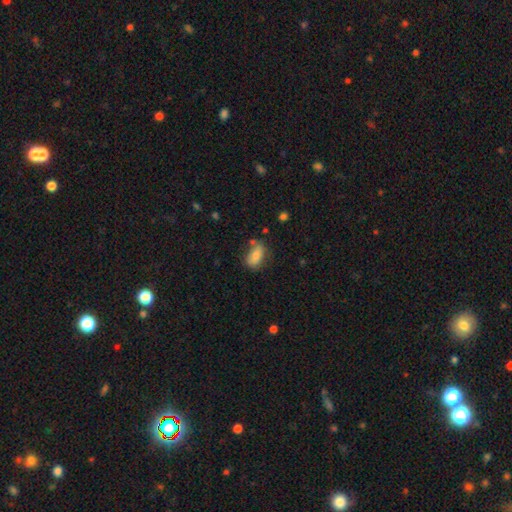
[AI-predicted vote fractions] A smooth galaxy with no disk features (74%) that is in between round and cigar-shaped (87%).

Vote fractions:
- Smooth or featured? smooth: 74% / featured or disk: 18% / star or artifact: 8%
- How rounded? in between: 87% / round: 9% / cigar-shaped: 4%
- Merging? none: 58% / minor disturbance: 26% / major disturbance: 10% / merger: 7%